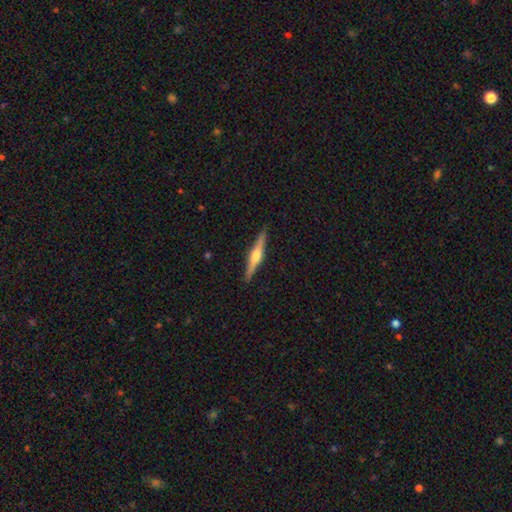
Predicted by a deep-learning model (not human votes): smooth_or_featured: featured or disk (p=0.69) [alt: smooth p=0.26]
disk_edge_on: yes (p=0.98) [alt: no p=0.02]
edge_on_bulge: rounded (p=0.91) [alt: boxy p=0.05]
merging: none (p=0.90) [alt: minor disturbance p=0.07]